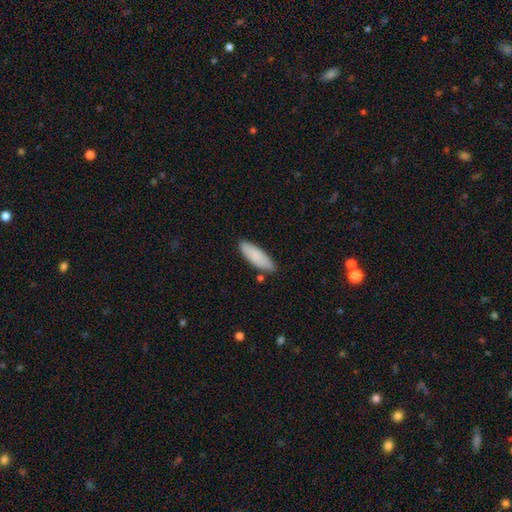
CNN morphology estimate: type=smooth (86%); roundness=in between (60%); merging=none (83%).